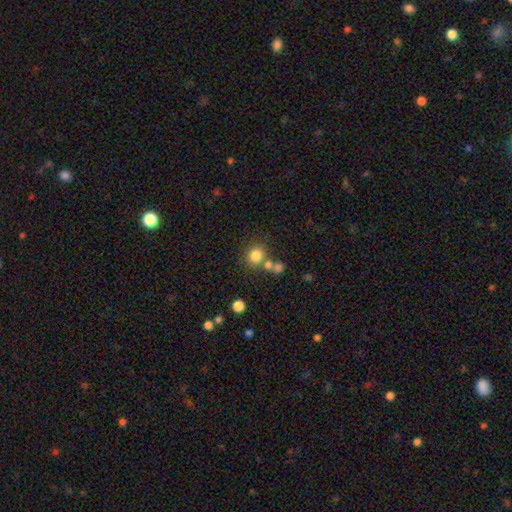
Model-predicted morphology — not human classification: Smooth or featured? smooth (80%)
How rounded? round (81%)
Merging? none (64%)